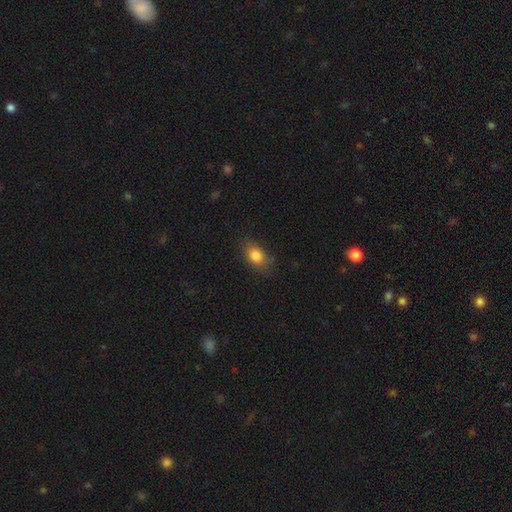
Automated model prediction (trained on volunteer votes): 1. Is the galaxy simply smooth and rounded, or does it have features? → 83% smooth, 9% star or artifact, 8% featured or disk.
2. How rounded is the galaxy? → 81% in between, 17% round, 3% cigar-shaped.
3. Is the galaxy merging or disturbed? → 75% none, 19% minor disturbance, 5% major disturbance, 1% merger.